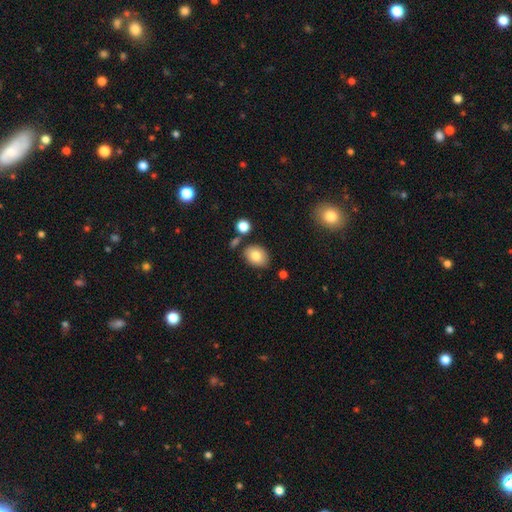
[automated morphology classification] Smooth or featured? Predicted: smooth (p=0.80). How rounded? Predicted: in between (p=0.65). Merging? Predicted: none (p=0.79).